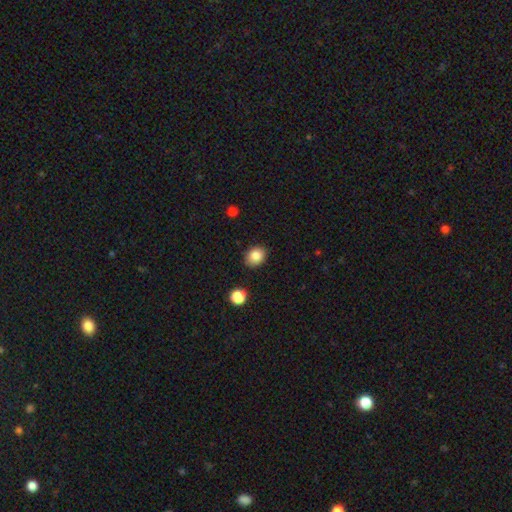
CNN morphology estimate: type=smooth (85%); roundness=in between (50%); merging=none (86%).